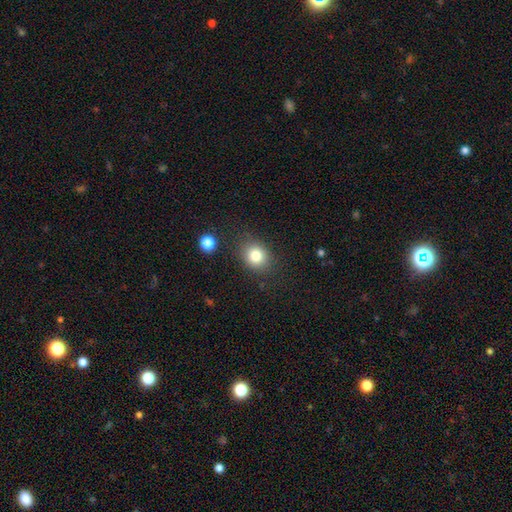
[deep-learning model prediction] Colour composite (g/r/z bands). It shows a smooth galaxy with no disk features (81%) that is round (65%). Merging: none (82%).